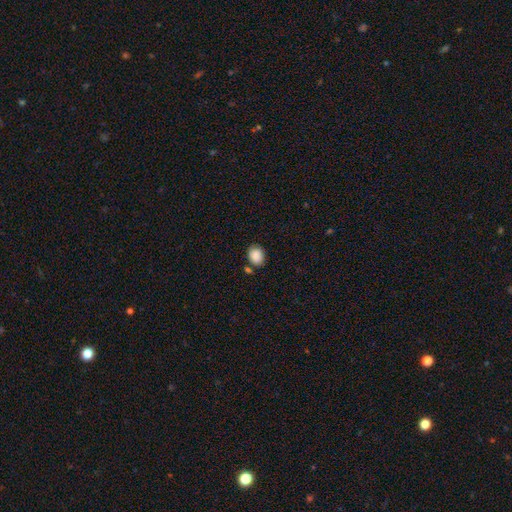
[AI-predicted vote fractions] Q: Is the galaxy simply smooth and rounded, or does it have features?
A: smooth — 88%.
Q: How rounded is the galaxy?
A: round — 50%.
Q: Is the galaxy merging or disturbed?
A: none — 73%.